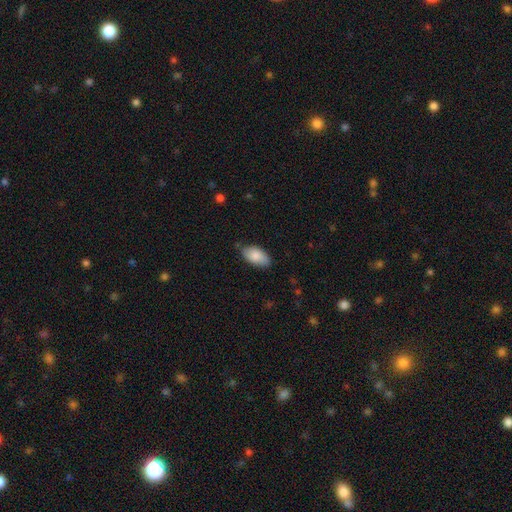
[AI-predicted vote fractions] Morphology: type=smooth (85%); roundness=in between (94%); merging=none (74%).